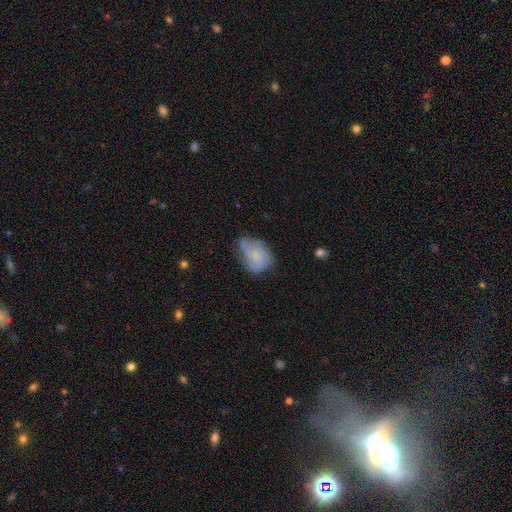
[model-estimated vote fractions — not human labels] This appears to be a smooth galaxy with no disk features (55%) that is in between round and cigar-shaped (66%). Merging: none (40%).